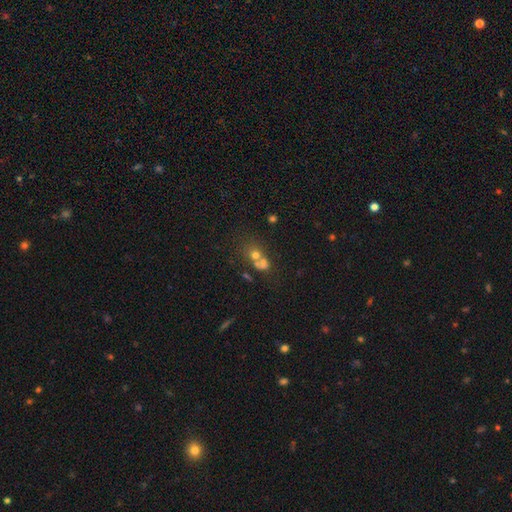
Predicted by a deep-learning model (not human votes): Overall: smooth (55%; featured or disk 23%). How rounded: round (71%). Merging: merger (55%; none 32%).